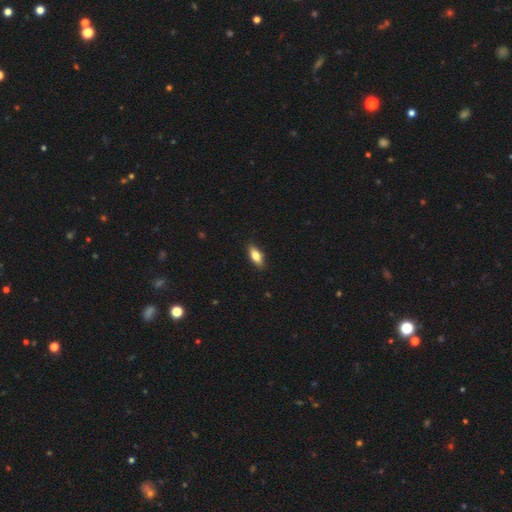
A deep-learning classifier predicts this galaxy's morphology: smooth 74%, featured or disk 20%, star or artifact 7%. Down the decision tree: how rounded — in between (74%); merging — none (88%).